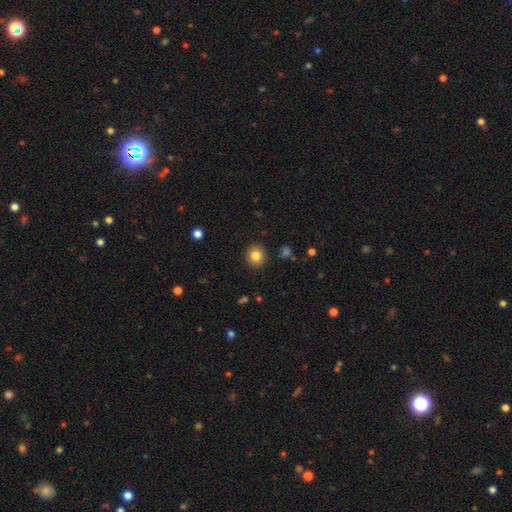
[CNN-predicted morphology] Smooth or featured?
  - smooth: 83% *
  - star or artifact: 10%
  - featured or disk: 7%
How rounded?
  - round: 84% *
  - in between: 15%
  - cigar-shaped: 1%
Merging?
  - none: 91% *
  - minor disturbance: 6%
  - major disturbance: 2%
  - merger: 1%